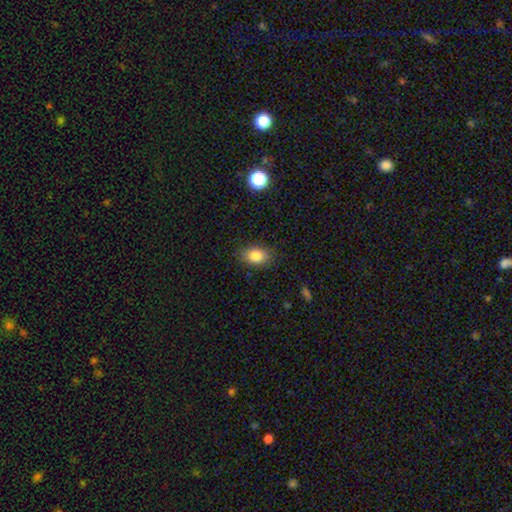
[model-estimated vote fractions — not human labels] Smooth or featured? smooth (83%)
How rounded? in between (81%)
Merging? none (84%)